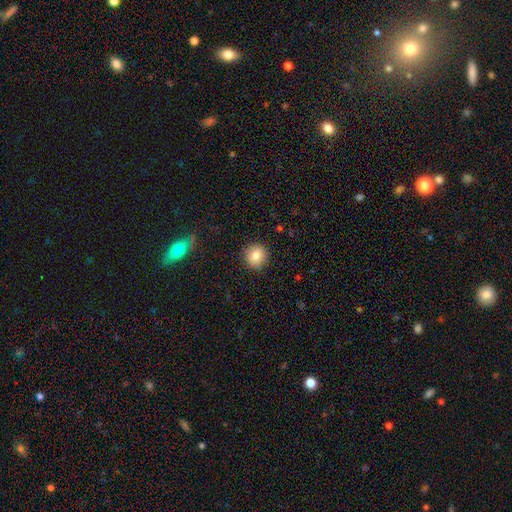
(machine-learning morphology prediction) Smooth or featured? Predicted: smooth (p=0.84). How rounded? Predicted: round (p=0.91). Merging? Predicted: none (p=0.89).